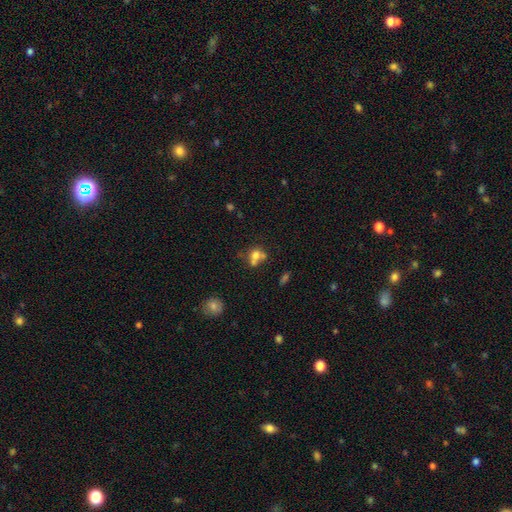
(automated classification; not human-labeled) This is likely a smooth galaxy (67%). How rounded: likely round (63%). Merging: possibly merger (49%).